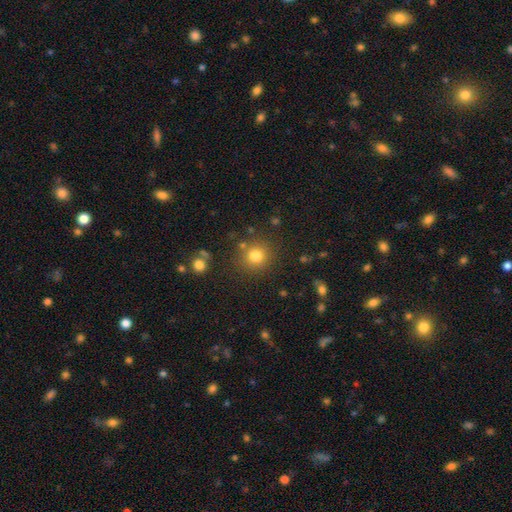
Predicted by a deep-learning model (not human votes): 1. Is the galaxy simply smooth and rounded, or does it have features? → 80% smooth, 14% star or artifact, 7% featured or disk.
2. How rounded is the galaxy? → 91% round, 8% in between, 1% cigar-shaped.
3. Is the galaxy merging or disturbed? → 84% none, 8% minor disturbance, 4% merger, 4% major disturbance.